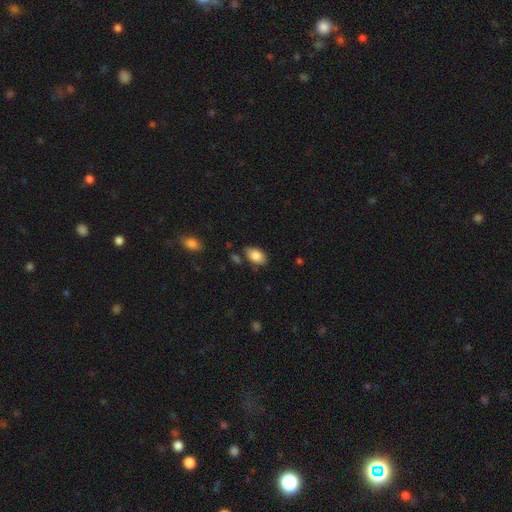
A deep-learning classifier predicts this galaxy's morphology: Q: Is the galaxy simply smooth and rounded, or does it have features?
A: smooth — 84%.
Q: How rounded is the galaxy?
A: in between — 91%.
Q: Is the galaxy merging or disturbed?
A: none — 78%.